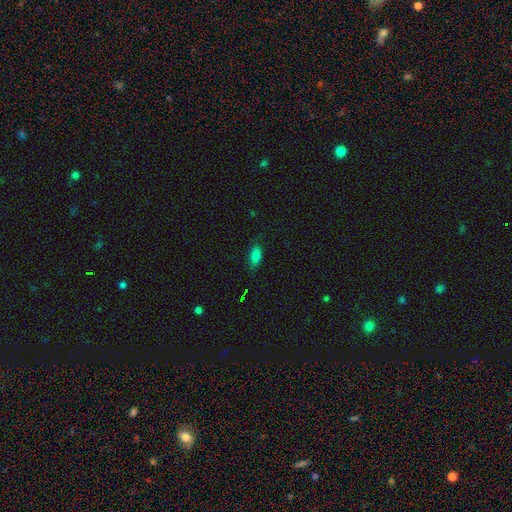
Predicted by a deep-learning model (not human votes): A smooth galaxy with no disk features (81%) that is in between round and cigar-shaped (85%). Merging: none (83%).